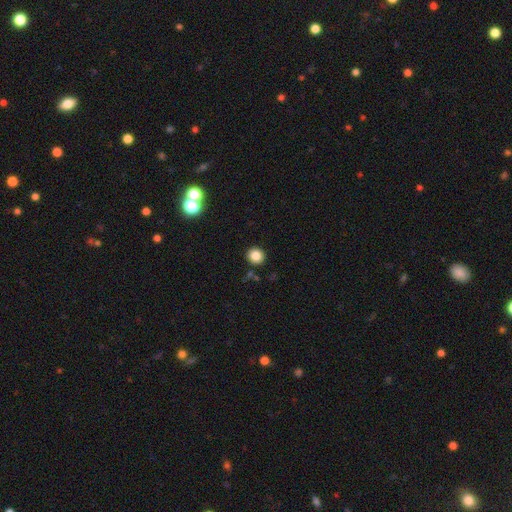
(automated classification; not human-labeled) Smooth or featured: smooth — 84% (star or artifact — 11%)
How rounded: round — 87% (in between — 12%)
Merging: none — 89% (minor disturbance — 6%)